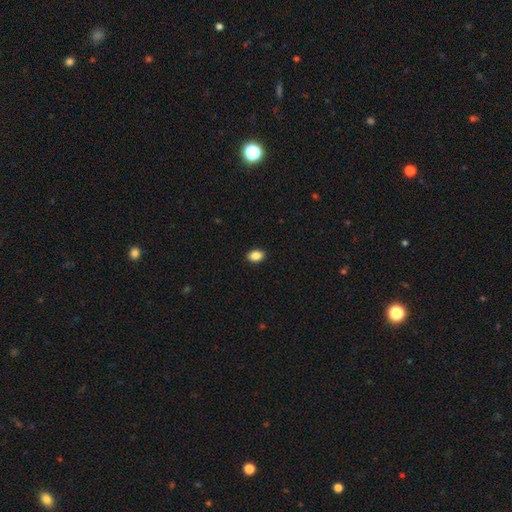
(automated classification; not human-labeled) Smooth or featured? smooth (88%)
How rounded? in between (78%)
Merging? none (91%)